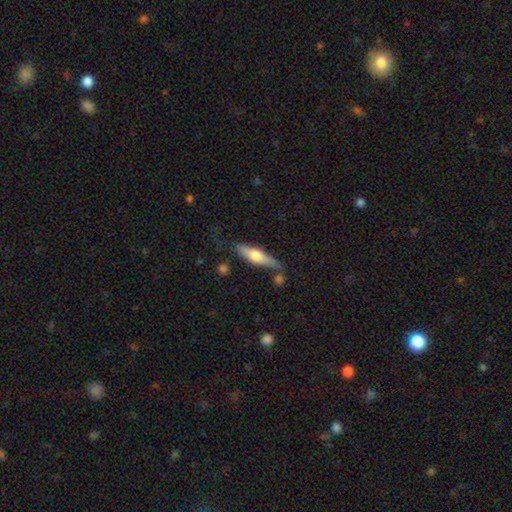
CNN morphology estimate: smooth-or-featured: featured or disk: 52% | smooth: 42% | star or artifact: 5%
  disk-edge-on: yes: 92% | no: 8%
  merging: none: 71% | minor disturbance: 17% | merger: 7% | major disturbance: 5%